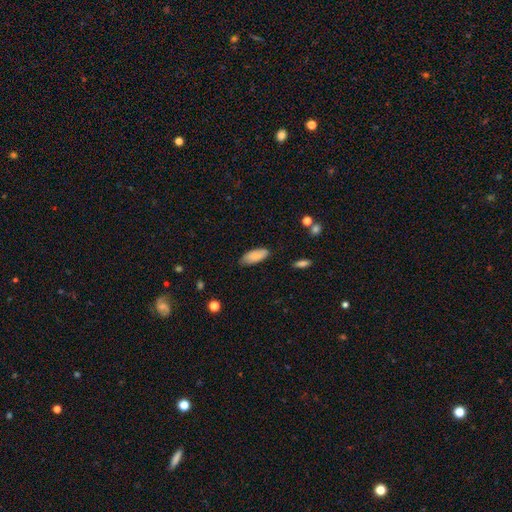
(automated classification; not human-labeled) Smooth or featured?
  - smooth: 83% *
  - featured or disk: 10%
  - star or artifact: 7%
How rounded?
  - in between: 83% *
  - cigar-shaped: 15%
  - round: 2%
Merging?
  - none: 79% *
  - minor disturbance: 17%
  - major disturbance: 3%
  - merger: 1%